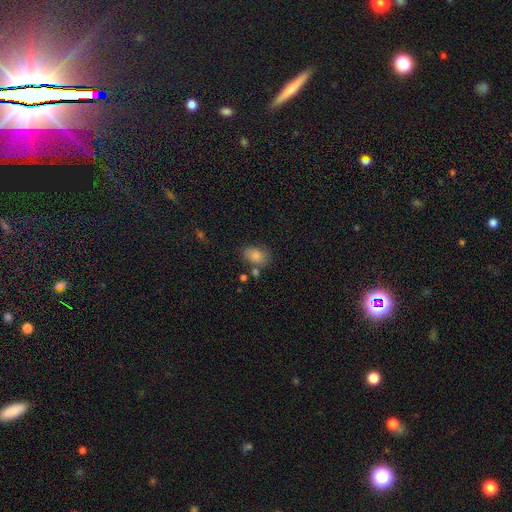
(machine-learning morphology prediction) Smooth or featured?
  - smooth: 84% *
  - star or artifact: 9%
  - featured or disk: 7%
How rounded?
  - in between: 82% *
  - round: 17%
  - cigar-shaped: 1%
Merging?
  - none: 65% *
  - minor disturbance: 18%
  - merger: 11%
  - major disturbance: 6%